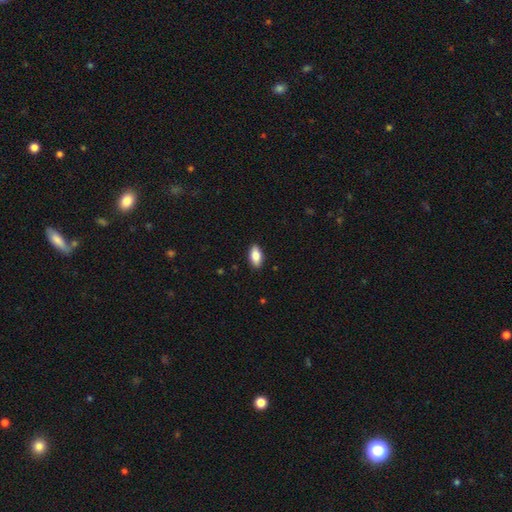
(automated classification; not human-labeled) This is clearly a smooth galaxy (84%). How rounded: clearly in between (91%). Merging: clearly none (90%).